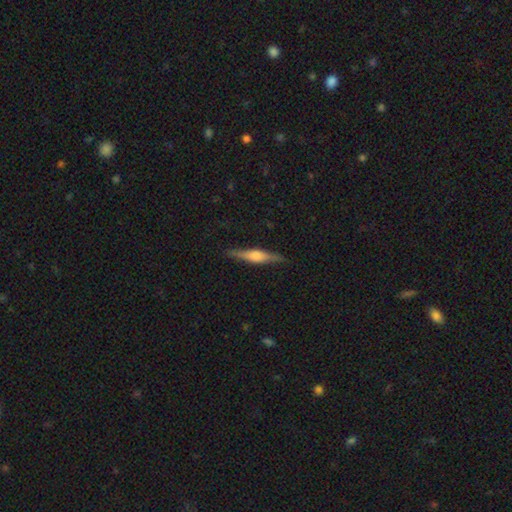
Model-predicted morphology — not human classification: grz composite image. It shows a featured or disk galaxy (68%) viewed edge-on (97%) with a rounded central bulge (80%). Merging: none (88%).